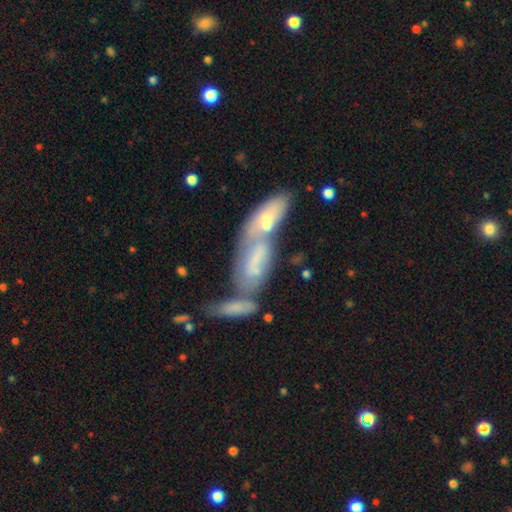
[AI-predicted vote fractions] A featured or disk galaxy (50%).

Vote fractions:
- Smooth or featured? featured or disk: 50% / smooth: 40% / star or artifact: 10%
- Edge-on disk? no: 79% / yes: 21%
- Merging? merger: 64% / none: 20% / minor disturbance: 9% / major disturbance: 7%